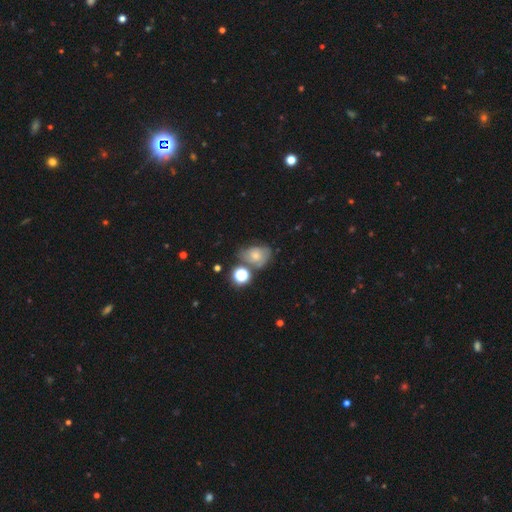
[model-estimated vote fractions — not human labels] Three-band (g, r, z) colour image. It shows a smooth galaxy with no disk features (54%) that is in between round and cigar-shaped (55%). Merging: none (46%).